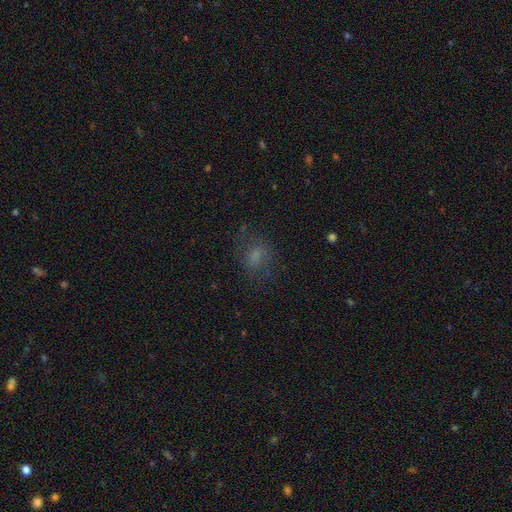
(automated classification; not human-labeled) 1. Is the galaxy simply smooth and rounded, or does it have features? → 55% smooth, 24% featured or disk, 21% star or artifact.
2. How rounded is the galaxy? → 54% in between, 44% round, 2% cigar-shaped.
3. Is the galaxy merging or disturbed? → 65% none, 18% minor disturbance, 15% major disturbance, 2% merger.